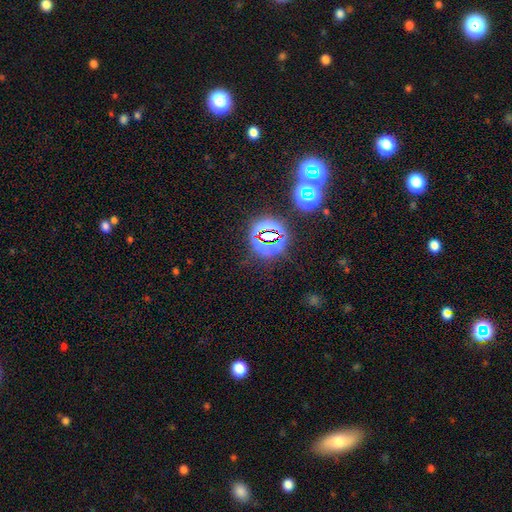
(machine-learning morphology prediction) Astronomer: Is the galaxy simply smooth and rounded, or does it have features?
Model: star or artifact — 77%.